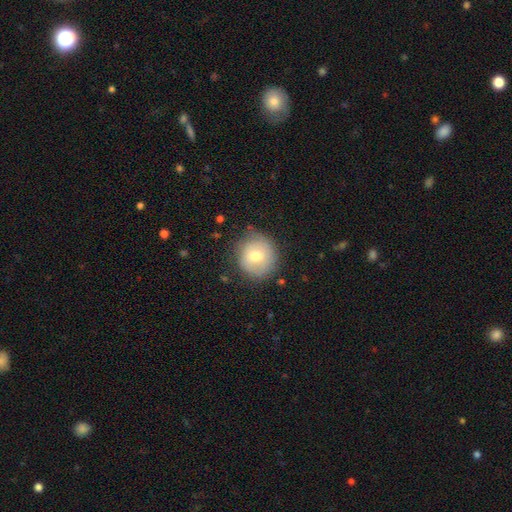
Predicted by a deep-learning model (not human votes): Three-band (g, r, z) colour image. It shows a smooth galaxy with no disk features (64%) that is round (90%). Merging: none (76%).